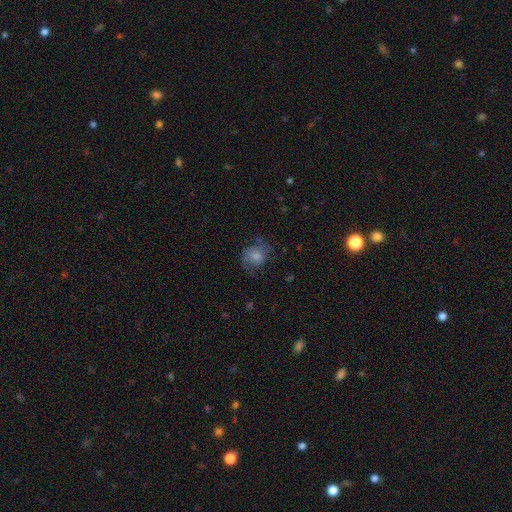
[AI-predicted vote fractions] smooth 65%, featured or disk 25%, star or artifact 10%. Down the decision tree: how rounded — round (66%); merging — none (54%).